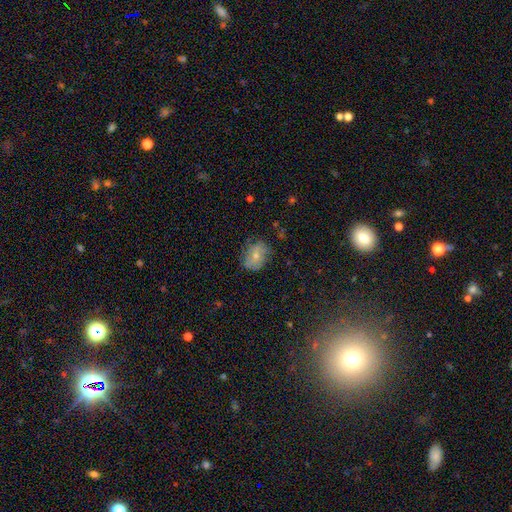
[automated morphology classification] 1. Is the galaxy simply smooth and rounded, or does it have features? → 60% smooth, 30% featured or disk, 9% star or artifact.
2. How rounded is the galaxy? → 59% in between, 40% round, 1% cigar-shaped.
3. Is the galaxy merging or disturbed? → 68% none, 23% minor disturbance, 7% major disturbance, 1% merger.